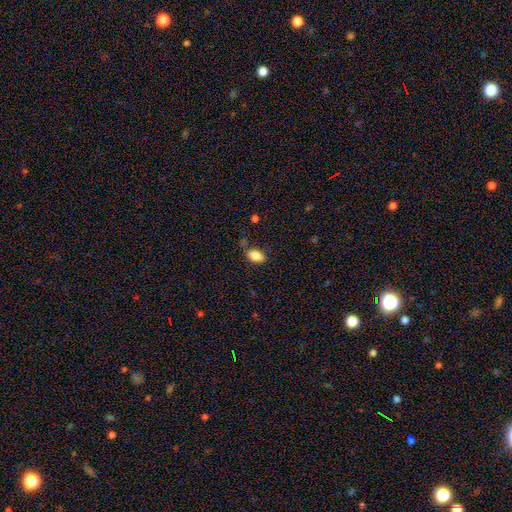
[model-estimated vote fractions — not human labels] This appears to be a smooth galaxy with no disk features (85%) that is in between round and cigar-shaped (91%). Merging: none (74%).